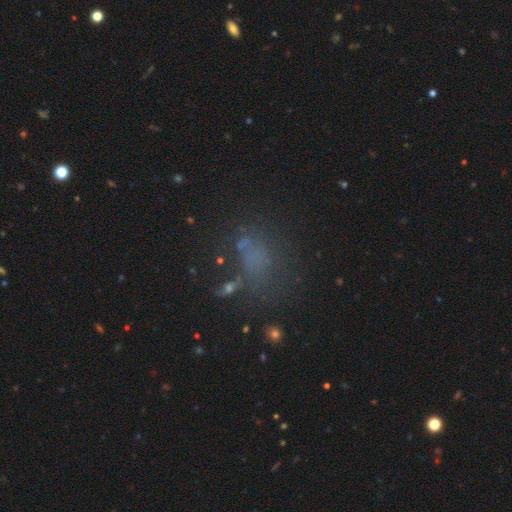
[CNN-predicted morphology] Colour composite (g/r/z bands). It shows a smooth galaxy with no disk features (51%) that is in between round and cigar-shaped (65%). Merging: none (53%).